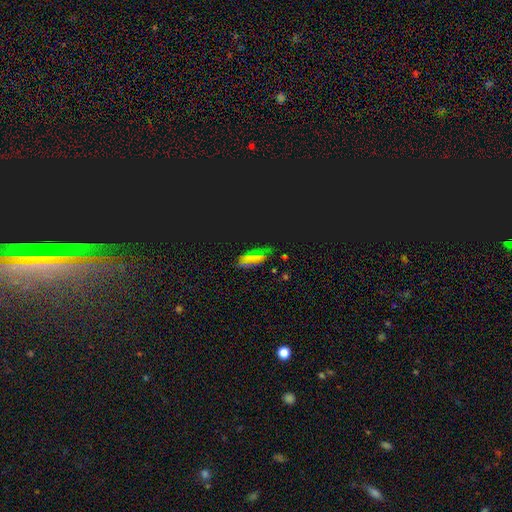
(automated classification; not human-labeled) This appears to be a star or artifact, not a galaxy (51%).